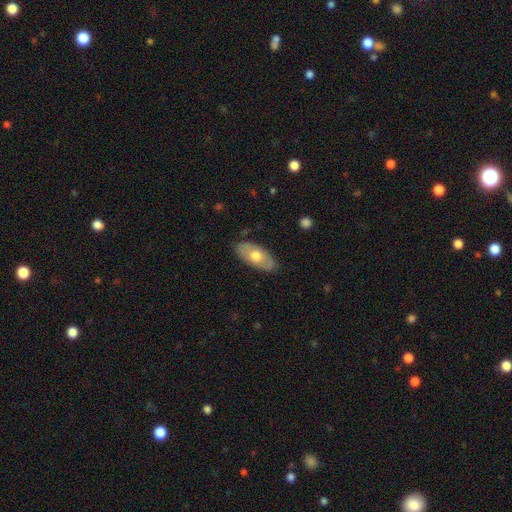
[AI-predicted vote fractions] Smooth or featured: smooth — 59% (featured or disk — 36%)
How rounded: in between — 91% (cigar-shaped — 6%)
Merging: none — 83% (minor disturbance — 13%)